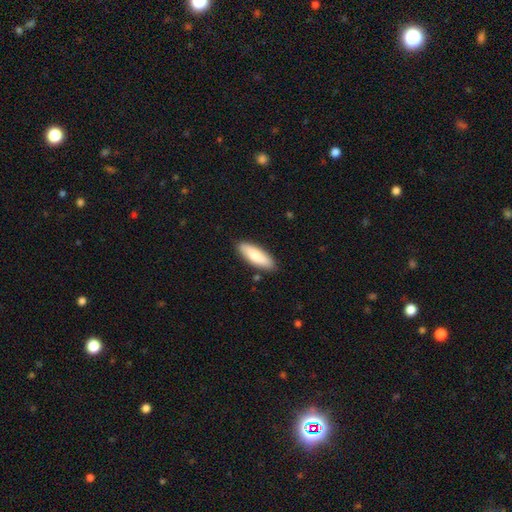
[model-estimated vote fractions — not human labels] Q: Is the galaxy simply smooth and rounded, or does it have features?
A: smooth — 79%.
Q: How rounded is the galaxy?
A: in between — 59%.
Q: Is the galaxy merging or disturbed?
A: none — 87%.